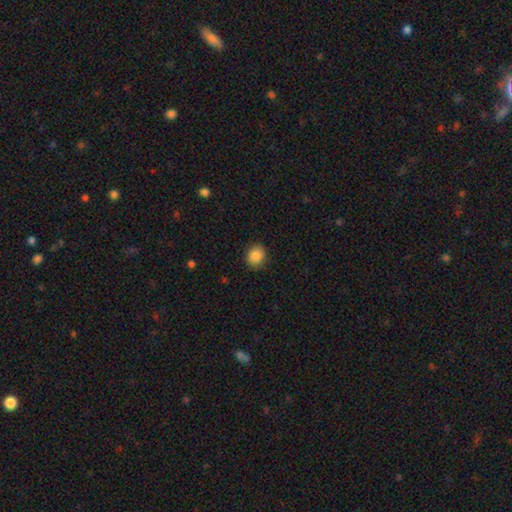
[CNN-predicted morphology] A smooth galaxy with no disk features (87%) that is round (76%).

Vote fractions:
- Smooth or featured? smooth: 87% / star or artifact: 9% / featured or disk: 4%
- How rounded? round: 76% / in between: 23% / cigar-shaped: 1%
- Merging? none: 87% / minor disturbance: 10% / major disturbance: 2% / merger: 1%